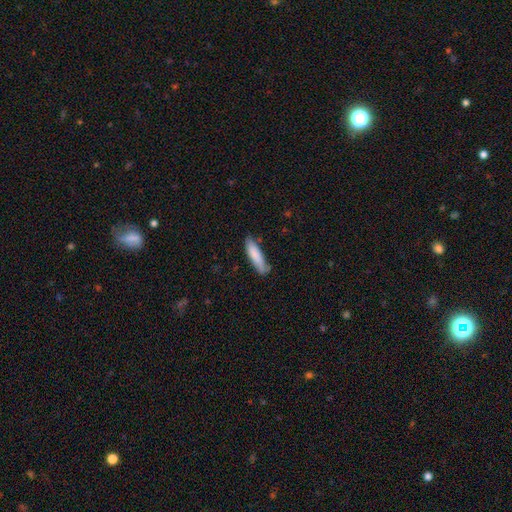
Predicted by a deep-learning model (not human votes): Smooth or featured? smooth (83%)
How rounded? cigar-shaped (68%)
Merging? none (70%)